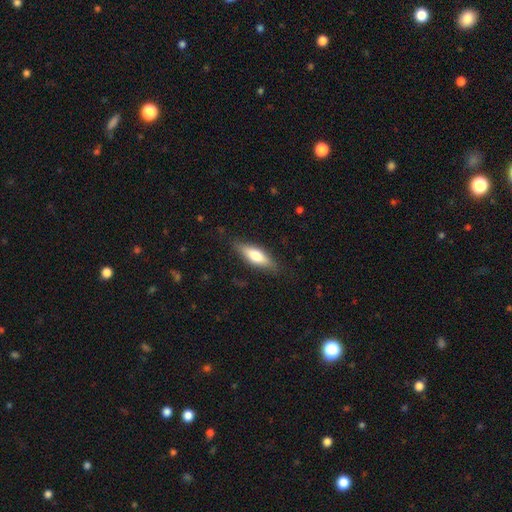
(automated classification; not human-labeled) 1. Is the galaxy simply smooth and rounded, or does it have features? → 62% smooth, 32% featured or disk, 6% star or artifact.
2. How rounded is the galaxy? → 50% in between, 47% cigar-shaped, 2% round.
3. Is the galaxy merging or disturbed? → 83% none, 13% minor disturbance, 3% major disturbance, 1% merger.